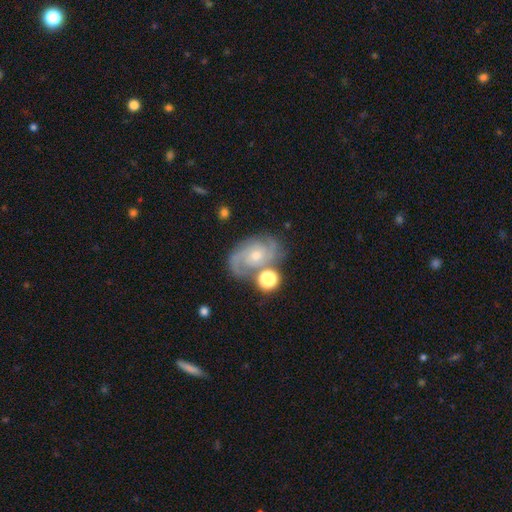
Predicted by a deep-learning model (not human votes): featured or disk 83%, smooth 9%, star or artifact 7%. Down the decision tree: edge-on disk — no (97%); bar — no (66%); spiral arms — yes (96%); spiral arm count — 2 (68%); spiral winding — medium (46%); bulge size — small (55%); merging — none (66%).